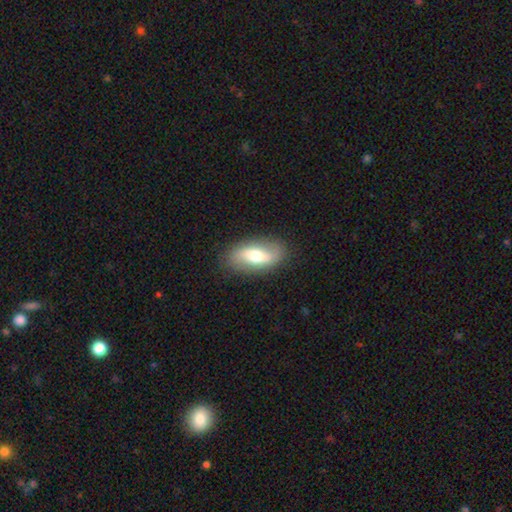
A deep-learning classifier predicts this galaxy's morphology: This appears to be a featured or disk galaxy (49%). Merging: none (85%).